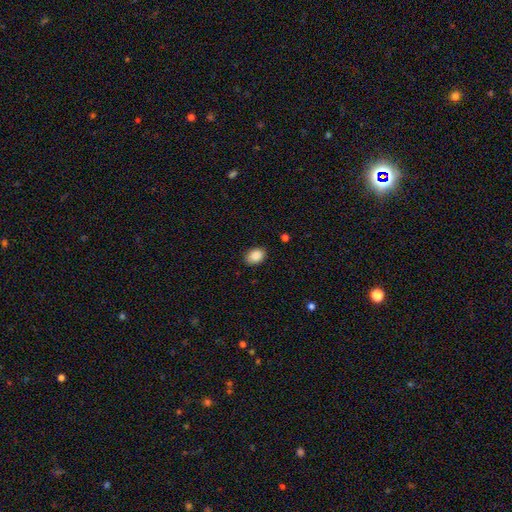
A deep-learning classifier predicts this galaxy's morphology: Smooth or featured? Predicted: smooth (p=0.89). How rounded? Predicted: in between (p=0.80). Merging? Predicted: none (p=0.84).